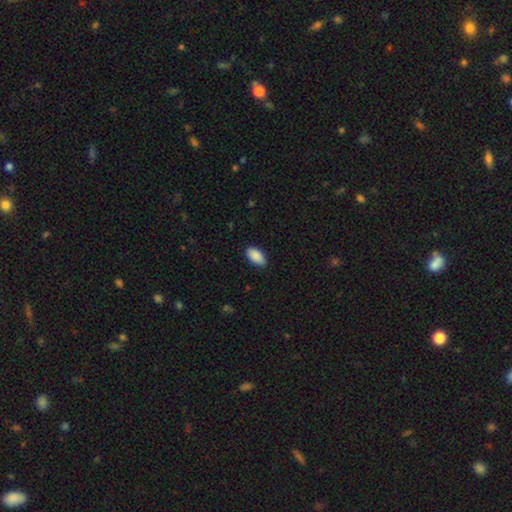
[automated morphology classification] Smooth or featured: smooth — 90% (star or artifact — 6%)
How rounded: in between — 95% (round — 3%)
Merging: none — 84% (minor disturbance — 13%)